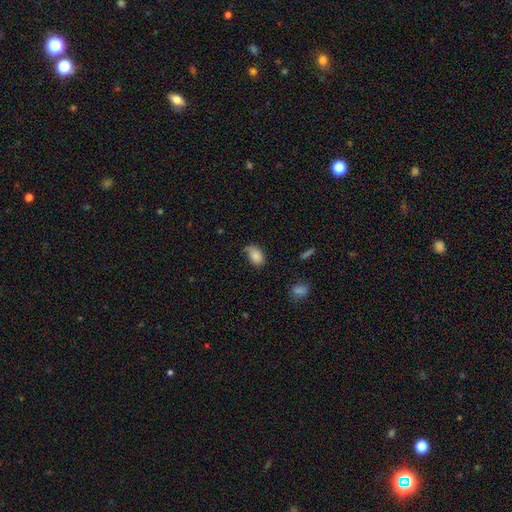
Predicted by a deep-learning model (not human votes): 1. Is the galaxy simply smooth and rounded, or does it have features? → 79% smooth, 13% featured or disk, 8% star or artifact.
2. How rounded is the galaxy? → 86% in between, 12% round, 2% cigar-shaped.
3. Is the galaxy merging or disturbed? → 50% none, 33% minor disturbance, 15% major disturbance, 3% merger.